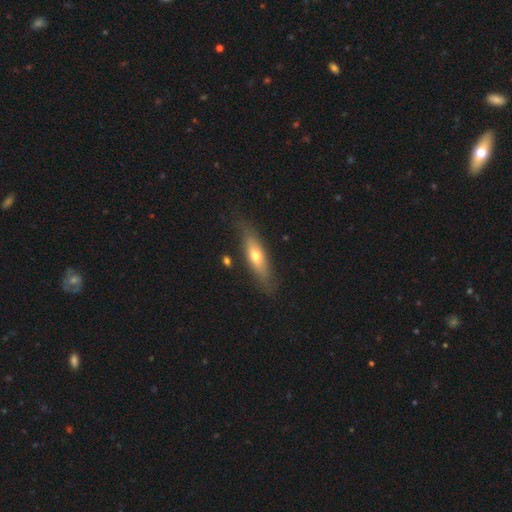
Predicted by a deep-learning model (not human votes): Smooth or featured? smooth (55%)
How rounded? cigar-shaped (55%)
Merging? none (77%)